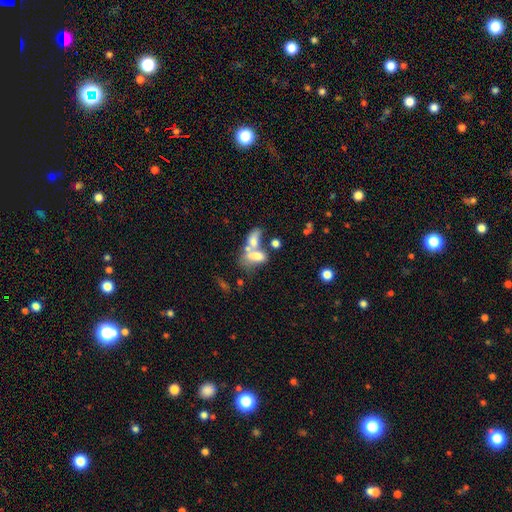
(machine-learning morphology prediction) The model was most divided on "smooth or featured": smooth: 63%, featured or disk: 27%, star or artifact: 10%. More confident: how rounded — in between (80%); merging — merger (63%).